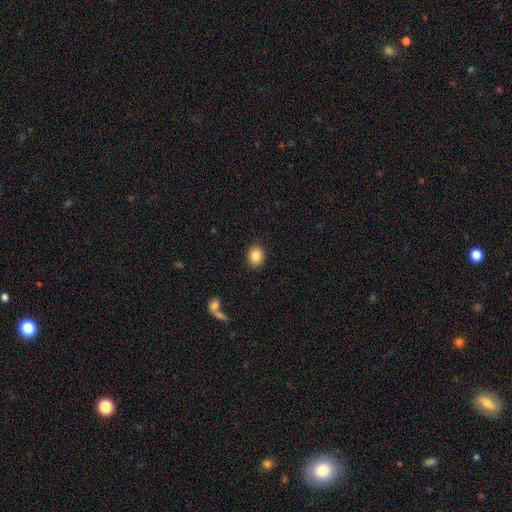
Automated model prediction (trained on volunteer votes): smooth-or-featured: smooth: 85% | star or artifact: 8% | featured or disk: 6%
  how-rounded: in between: 54% | round: 45% | cigar-shaped: 1%
  merging: none: 89% | minor disturbance: 7% | major disturbance: 2% | merger: 1%